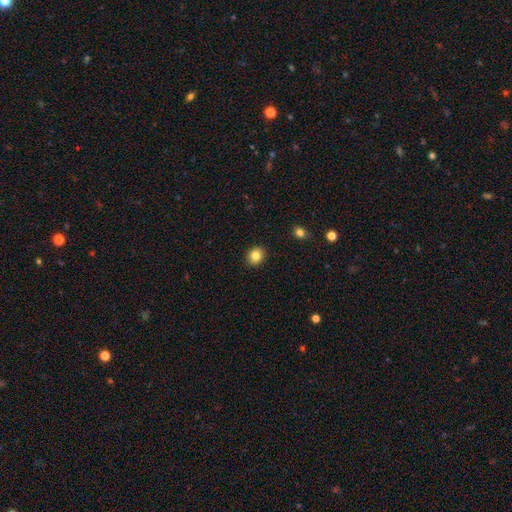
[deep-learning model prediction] This appears to be a smooth galaxy with no disk features (83%) that is round (72%). Merging: none (91%).